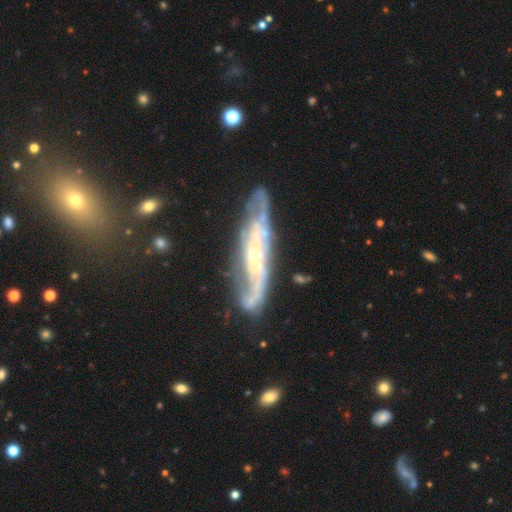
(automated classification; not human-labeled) This appears to be a featured or disk galaxy (84%) with no bar (52%), 2 (41%) tight (44%) spiral arms (92%) and a small central bulge (55%). Merging: none (69%).